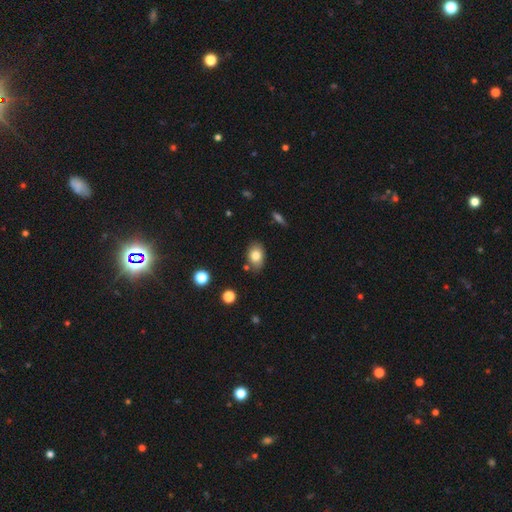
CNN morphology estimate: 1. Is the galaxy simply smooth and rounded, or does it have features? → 80% smooth, 11% featured or disk, 9% star or artifact.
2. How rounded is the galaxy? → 81% in between, 18% round, 1% cigar-shaped.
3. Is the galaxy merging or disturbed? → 76% none, 16% minor disturbance, 4% merger, 3% major disturbance.